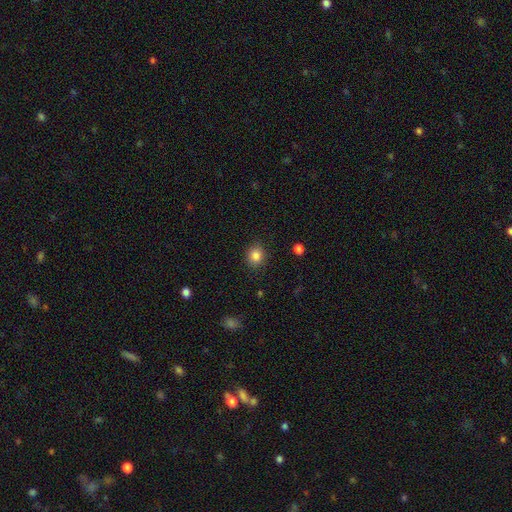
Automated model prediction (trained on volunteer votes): This is clearly a smooth galaxy (85%). How rounded: likely round (73%). Merging: clearly none (88%).